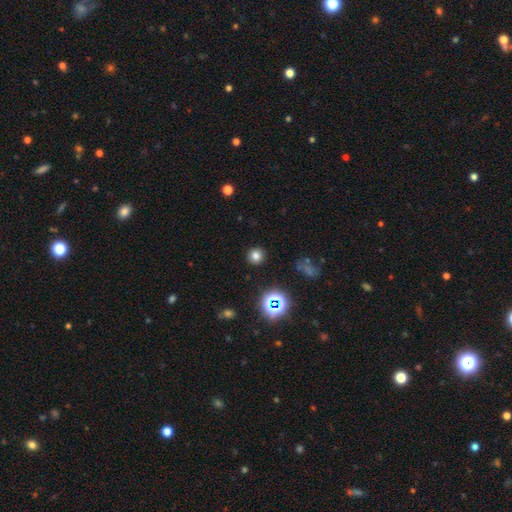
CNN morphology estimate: type=smooth (75%); roundness=round (91%); merging=none (90%).